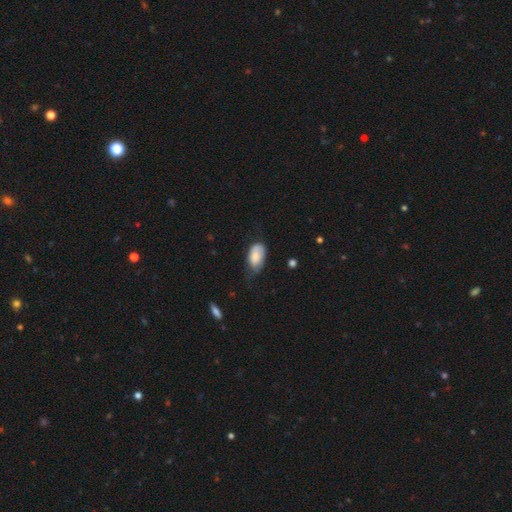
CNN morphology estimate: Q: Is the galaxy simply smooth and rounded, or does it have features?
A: smooth — 77%.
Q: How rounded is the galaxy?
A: in between — 93%.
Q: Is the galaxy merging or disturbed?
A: minor disturbance — 43%.